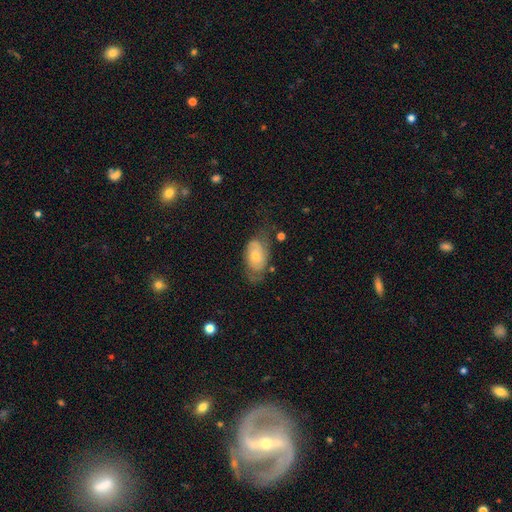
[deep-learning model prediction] Smooth or featured? Predicted: smooth (p=0.47). Merging? Predicted: none (p=0.48).